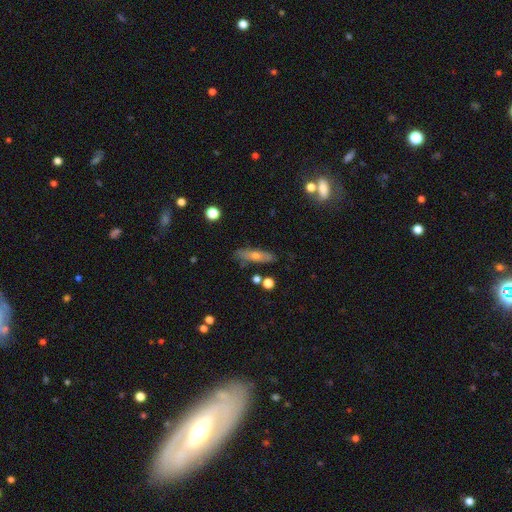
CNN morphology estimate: A smooth galaxy with no disk features (51%) that is cigar-shaped (65%).

Vote fractions:
- Smooth or featured? smooth: 51% / featured or disk: 41% / star or artifact: 8%
- How rounded? cigar-shaped: 65% / in between: 31% / round: 4%
- Merging? none: 81% / minor disturbance: 13% / merger: 3% / major disturbance: 3%